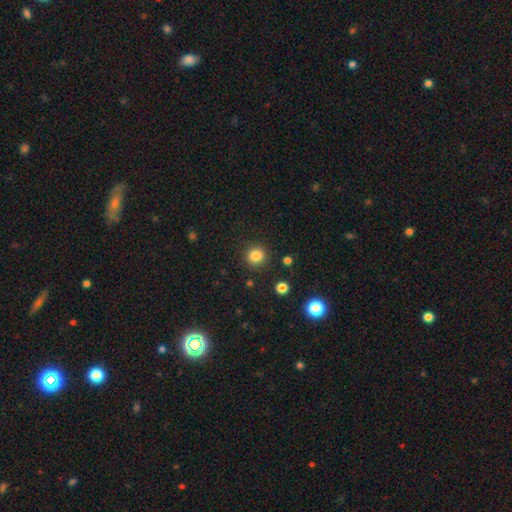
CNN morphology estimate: type=smooth (84%); roundness=round (88%); merging=none (89%).